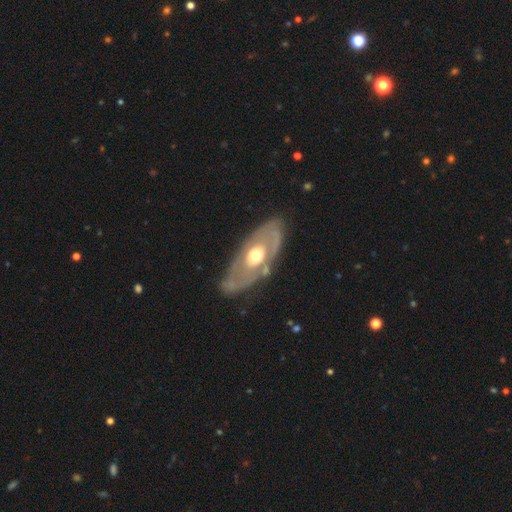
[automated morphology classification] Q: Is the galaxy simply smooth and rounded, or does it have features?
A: featured or disk — 67%.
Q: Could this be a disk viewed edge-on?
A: no — 85%.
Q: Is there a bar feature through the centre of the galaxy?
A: no — 88%.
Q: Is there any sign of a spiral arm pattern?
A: no — 74%.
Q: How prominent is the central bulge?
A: moderate — 72%.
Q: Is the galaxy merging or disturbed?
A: none — 74%.